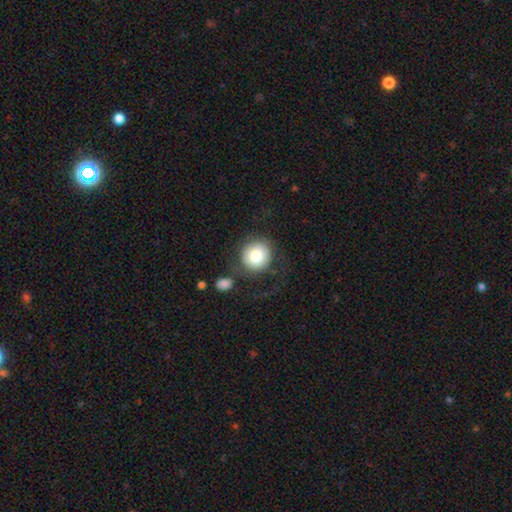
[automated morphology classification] smooth 79%, featured or disk 13%, star or artifact 8%. Down the decision tree: how rounded — round (93%); merging — none (66%).